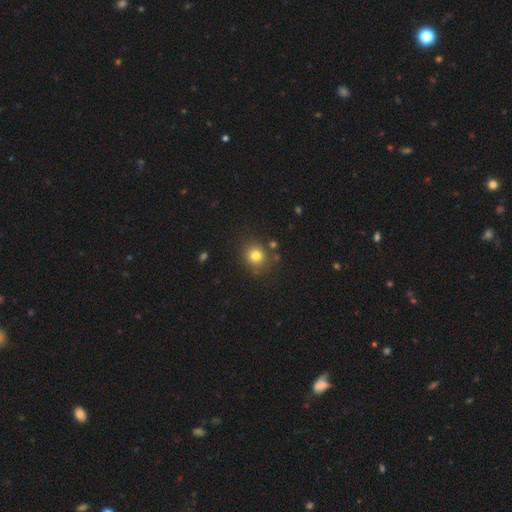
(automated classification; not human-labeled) A smooth galaxy with no disk features (79%) that is round (84%). Merging: none (81%).